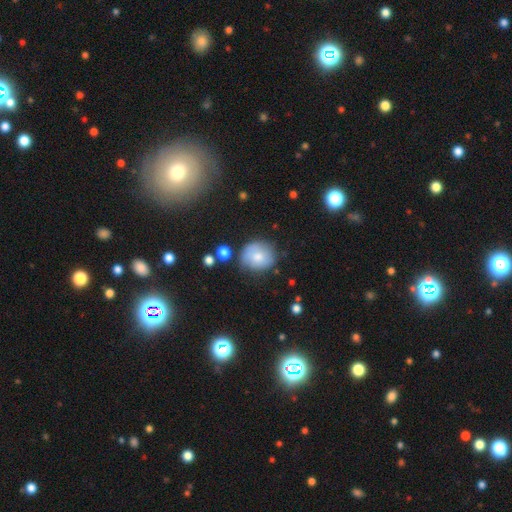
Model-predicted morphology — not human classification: Smooth or featured? smooth (71%)
How rounded? round (83%)
Merging? none (66%)